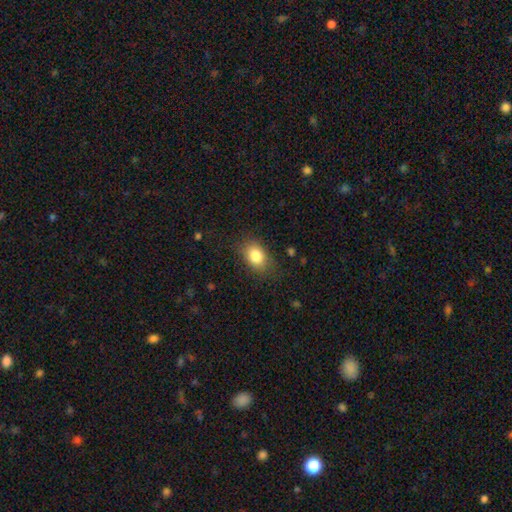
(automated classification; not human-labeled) Smooth or featured? smooth (83%)
How rounded? in between (79%)
Merging? none (78%)